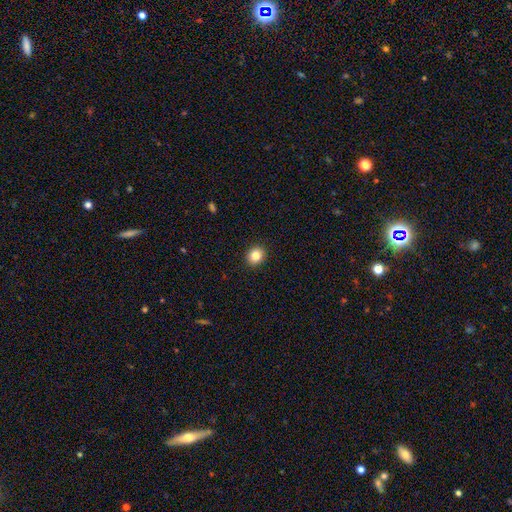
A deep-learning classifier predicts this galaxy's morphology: Smooth or featured?
  - smooth: 84% *
  - star or artifact: 10%
  - featured or disk: 6%
How rounded?
  - round: 75% *
  - in between: 24%
  - cigar-shaped: 1%
Merging?
  - none: 92% *
  - minor disturbance: 6%
  - major disturbance: 2%
  - merger: 1%